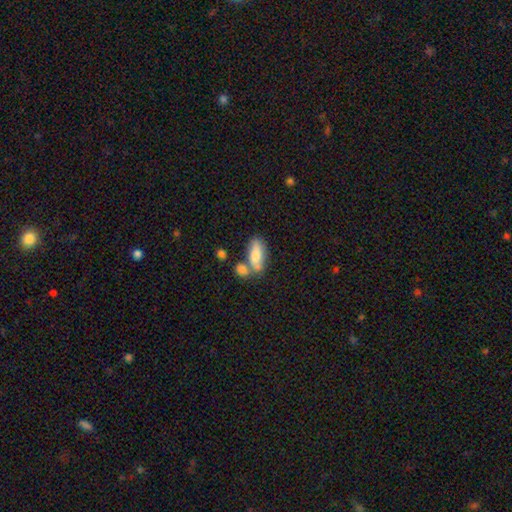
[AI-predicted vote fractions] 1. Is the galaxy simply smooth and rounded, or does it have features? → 75% smooth, 18% featured or disk, 6% star or artifact.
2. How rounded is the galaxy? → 80% in between, 17% cigar-shaped, 3% round.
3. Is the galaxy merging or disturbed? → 46% none, 32% merger, 16% minor disturbance, 6% major disturbance.